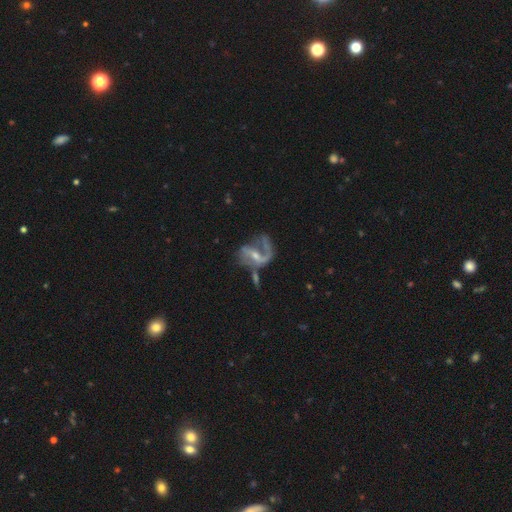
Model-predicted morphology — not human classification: smooth_or_featured: featured or disk (p=0.82) [alt: smooth p=0.11]
disk_edge_on: no (p=0.96) [alt: yes p=0.04]
bar: weak (p=0.46) [alt: strong p=0.30]
has_spiral_arms: yes (p=0.87) [alt: no p=0.13]
spiral_winding: loose (p=0.56) [alt: medium p=0.34]
spiral_arm_count: 2 (p=0.57) [alt: 1 p=0.33]
bulge_size: small (p=0.53) [alt: moderate p=0.39]
merging: none (p=0.35) [alt: major disturbance p=0.32]